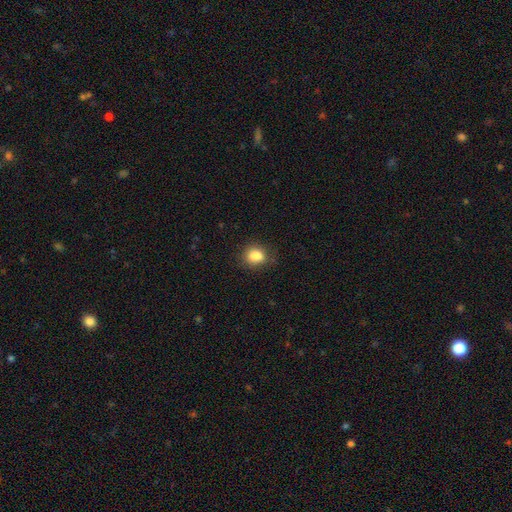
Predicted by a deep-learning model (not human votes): Smooth or featured: smooth — 85% (star or artifact — 10%)
How rounded: round — 54% (in between — 45%)
Merging: none — 75% (minor disturbance — 19%)